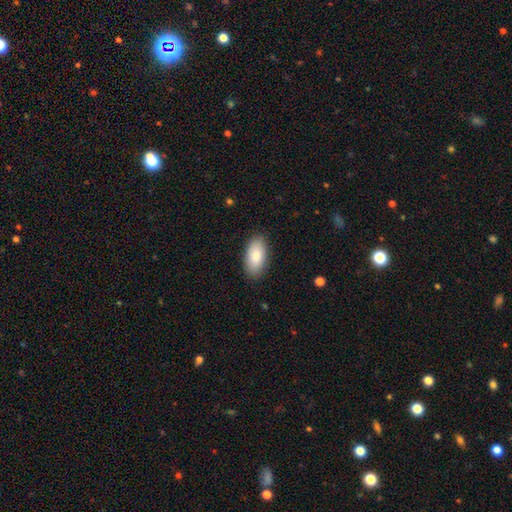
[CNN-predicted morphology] Q: Smooth or featured?
A: smooth (85%); runner-up: featured or disk (10%)
Q: How rounded?
A: in between (94%); runner-up: cigar-shaped (4%)
Q: Merging?
A: none (87%); runner-up: minor disturbance (10%)